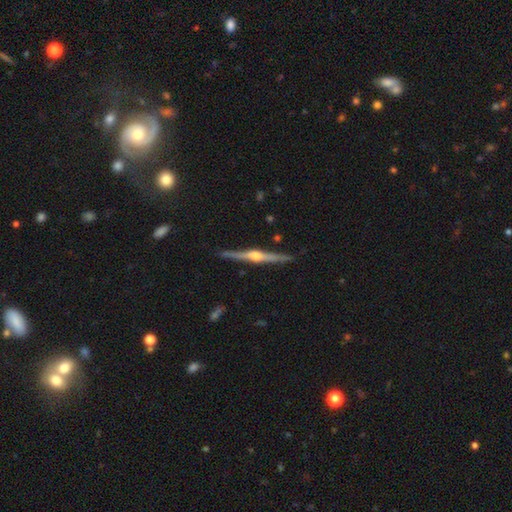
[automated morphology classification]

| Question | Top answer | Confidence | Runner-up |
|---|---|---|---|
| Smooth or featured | featured or disk | 84% | smooth (11%) |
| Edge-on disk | yes | 98% | no (2%) |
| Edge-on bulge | rounded | 92% | boxy (5%) |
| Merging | none | 89% | minor disturbance (8%) |